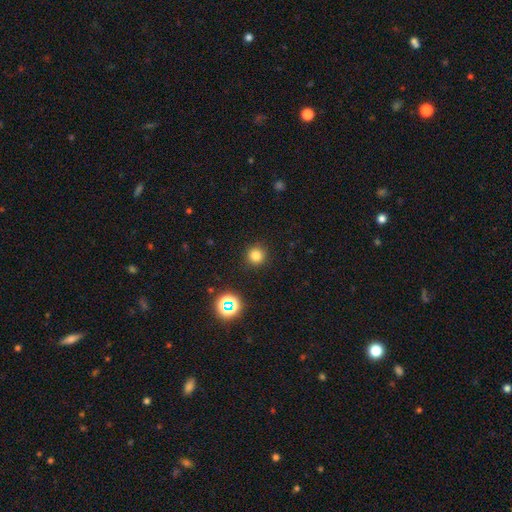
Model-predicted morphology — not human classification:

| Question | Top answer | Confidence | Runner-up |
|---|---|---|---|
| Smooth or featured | smooth | 78% | star or artifact (17%) |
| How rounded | round | 95% | in between (4%) |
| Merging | none | 91% | minor disturbance (6%) |